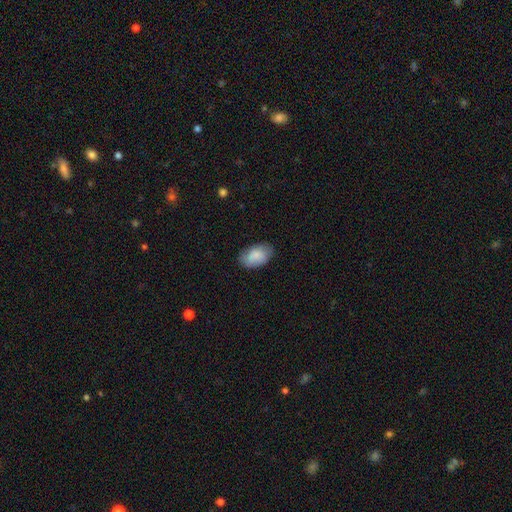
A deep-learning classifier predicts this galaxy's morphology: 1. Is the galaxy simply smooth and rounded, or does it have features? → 82% smooth, 12% featured or disk, 6% star or artifact.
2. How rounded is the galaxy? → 93% in between, 5% round, 1% cigar-shaped.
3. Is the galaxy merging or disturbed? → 78% none, 17% minor disturbance, 3% major disturbance, 1% merger.